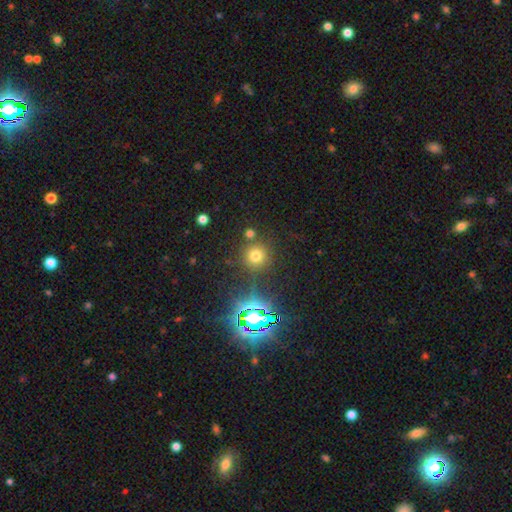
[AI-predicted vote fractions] Smooth or featured: smooth — 64% (star or artifact — 28%)
How rounded: round — 94% (in between — 5%)
Merging: none — 79% (merger — 10%)